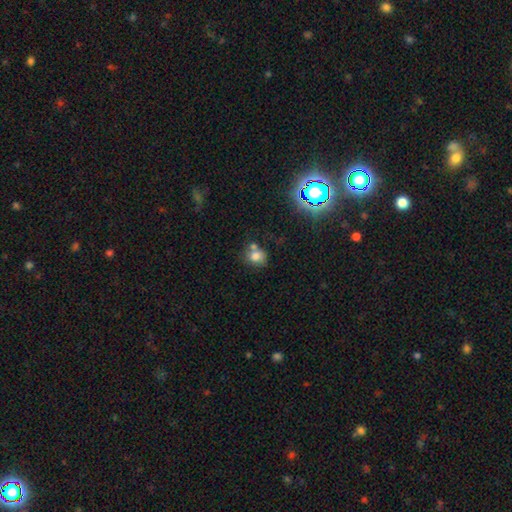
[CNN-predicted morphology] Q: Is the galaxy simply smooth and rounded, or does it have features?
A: smooth — 75%.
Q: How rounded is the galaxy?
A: round — 69%.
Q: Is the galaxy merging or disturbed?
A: none — 50%.